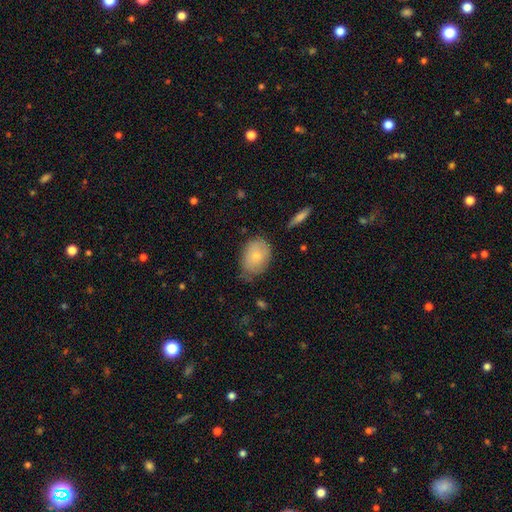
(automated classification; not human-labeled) Morphology: type=smooth (73%); roundness=in between (74%); merging=none (63%).